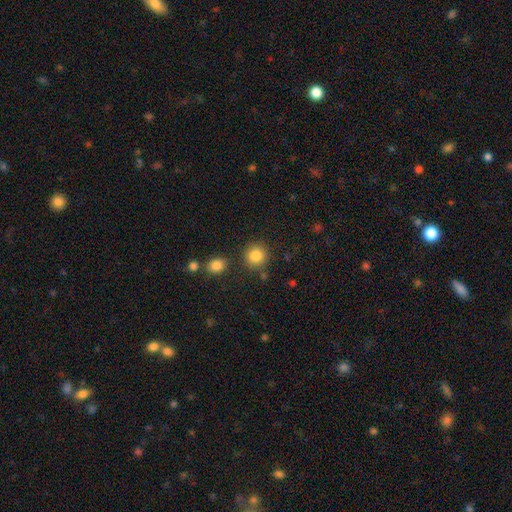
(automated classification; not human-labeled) This is clearly a smooth galaxy (85%). How rounded: clearly round (90%). Merging: clearly none (83%).